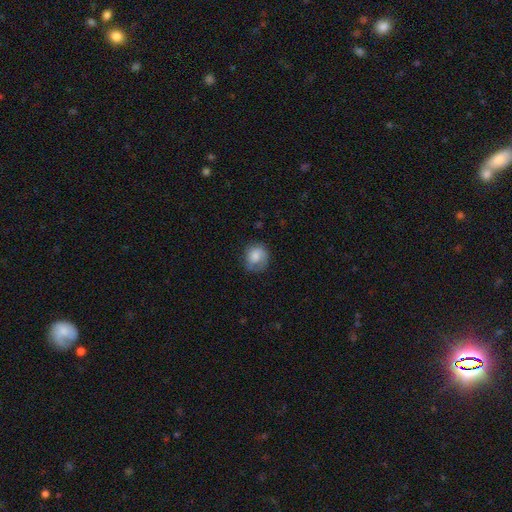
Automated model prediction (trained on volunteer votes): smooth-or-featured: smooth: 74% | featured or disk: 19% | star or artifact: 7%
  how-rounded: round: 72% | in between: 27% | cigar-shaped: 1%
  merging: none: 58% | minor disturbance: 26% | major disturbance: 14% | merger: 1%